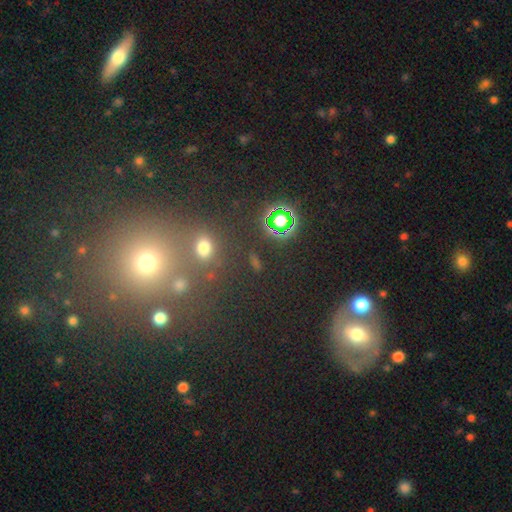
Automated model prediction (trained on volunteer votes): Smooth or featured?
  - star or artifact: 43% *
  - smooth: 42%
  - featured or disk: 15%